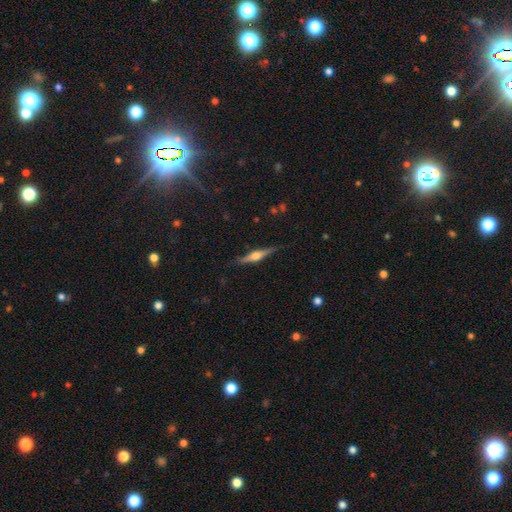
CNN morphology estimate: This appears to be a featured or disk galaxy (73%) viewed edge-on (98%) with a rounded central bulge (90%). Merging: none (84%).